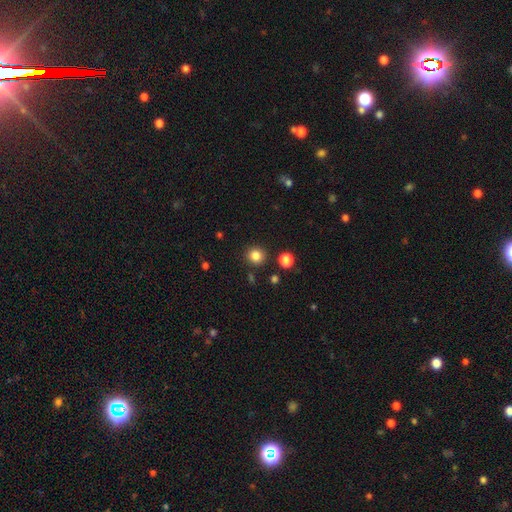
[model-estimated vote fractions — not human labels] A smooth galaxy with no disk features (84%) that is round (91%).

Vote fractions:
- Smooth or featured? smooth: 84% / star or artifact: 12% / featured or disk: 5%
- How rounded? round: 91% / in between: 8% / cigar-shaped: 1%
- Merging? none: 88% / minor disturbance: 6% / merger: 3% / major disturbance: 2%